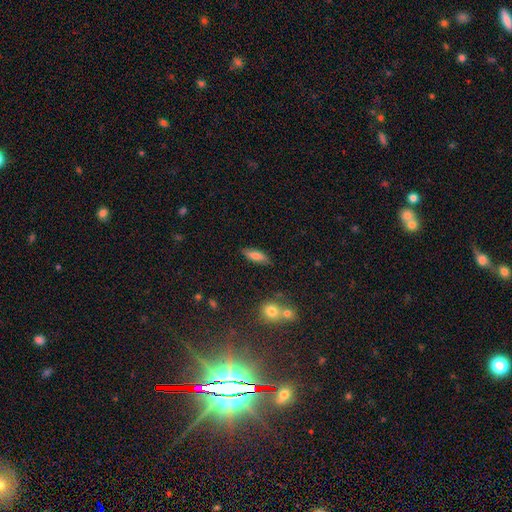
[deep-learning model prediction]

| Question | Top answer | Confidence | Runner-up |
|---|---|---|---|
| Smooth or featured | smooth | 72% | featured or disk (20%) |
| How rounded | in between | 55% | cigar-shaped (42%) |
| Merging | none | 83% | minor disturbance (11%) |